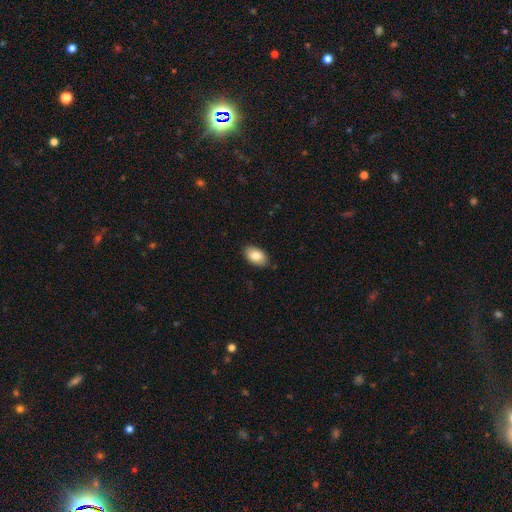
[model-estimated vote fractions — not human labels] smooth 84%, featured or disk 9%, star or artifact 7%. Down the decision tree: how rounded — in between (92%); merging — none (87%).